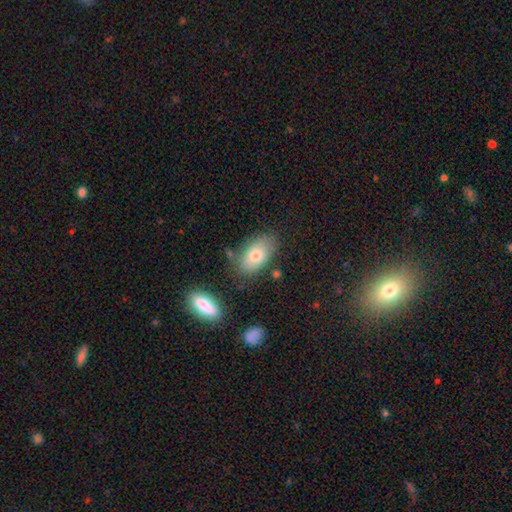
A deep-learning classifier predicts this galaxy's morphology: smooth_or_featured: smooth (p=0.76) [alt: featured or disk p=0.17]
how_rounded: in between (p=0.91) [alt: round p=0.06]
merging: none (p=0.72) [alt: minor disturbance p=0.17]